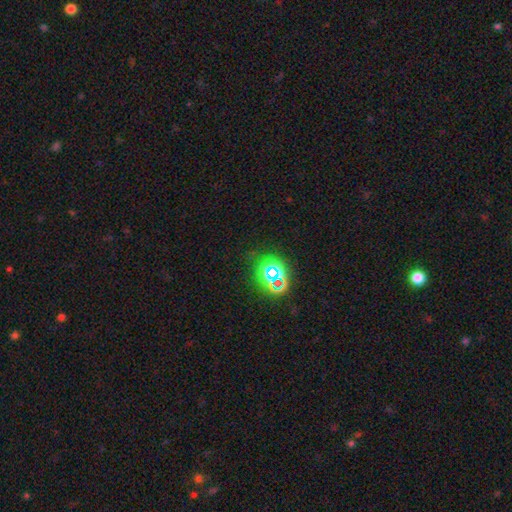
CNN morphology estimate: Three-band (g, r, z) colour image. It shows a star or artifact, not a galaxy (53%).